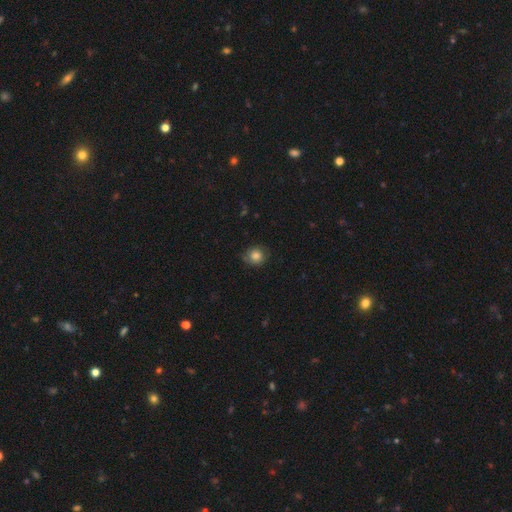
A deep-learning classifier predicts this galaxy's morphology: smooth_or_featured: smooth (p=0.79) [alt: featured or disk p=0.12]
how_rounded: round (p=0.80) [alt: in between p=0.19]
merging: none (p=0.69) [alt: minor disturbance p=0.23]